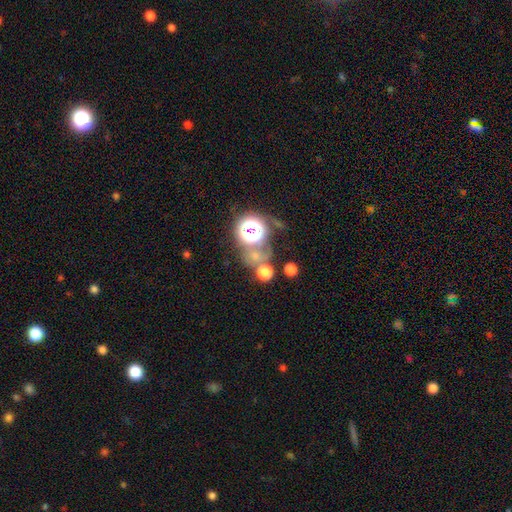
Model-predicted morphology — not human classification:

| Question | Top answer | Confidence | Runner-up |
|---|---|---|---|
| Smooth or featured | smooth | 52% | star or artifact (34%) |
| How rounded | round | 80% | in between (19%) |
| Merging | none | 51% | merger (27%) |